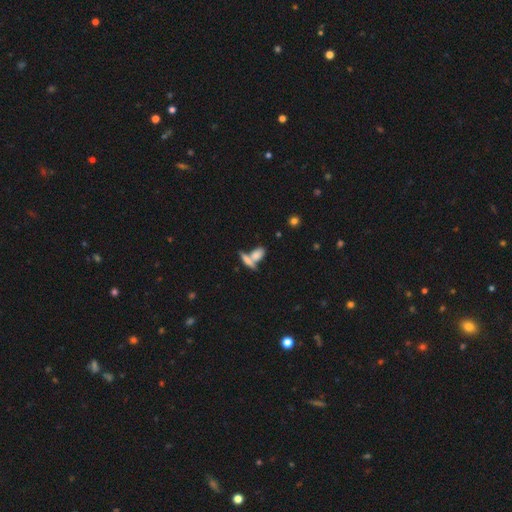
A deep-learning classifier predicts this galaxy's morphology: This is likely a smooth galaxy (72%). How rounded: likely in between (68%). Merging: possibly merger (52%).